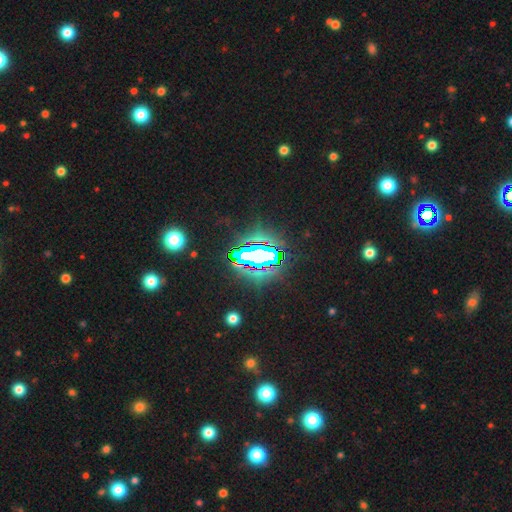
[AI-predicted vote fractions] star or artifact 74%, smooth 13%, featured or disk 13%.